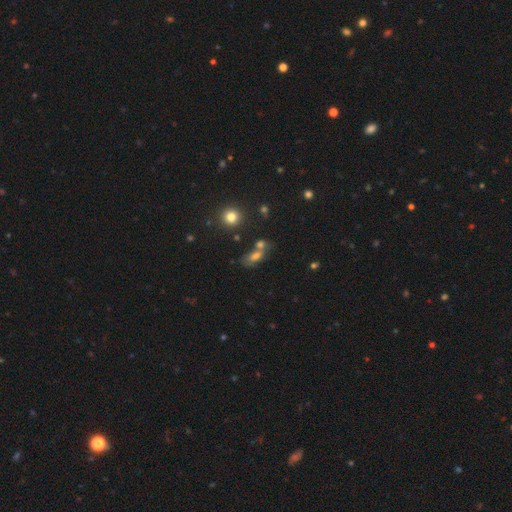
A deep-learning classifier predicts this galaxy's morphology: A smooth galaxy with no disk features (63%) that is in between round and cigar-shaped (72%). Merging: merger (43%).